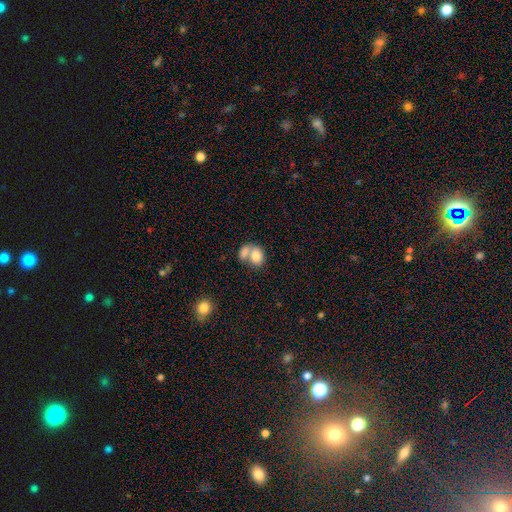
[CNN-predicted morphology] Smooth or featured?
  - smooth: 80% *
  - featured or disk: 12%
  - star or artifact: 8%
How rounded?
  - in between: 62% *
  - round: 37%
  - cigar-shaped: 1%
Merging?
  - merger: 61% *
  - none: 26%
  - minor disturbance: 8%
  - major disturbance: 5%